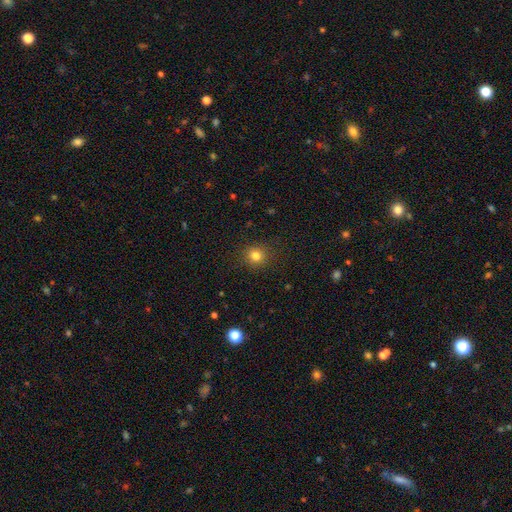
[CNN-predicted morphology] A smooth galaxy with no disk features (81%) that is round (88%).

Vote fractions:
- Smooth or featured? smooth: 81% / star or artifact: 14% / featured or disk: 6%
- How rounded? round: 88% / in between: 11% / cigar-shaped: 1%
- Merging? none: 90% / minor disturbance: 7% / major disturbance: 2% / merger: 1%